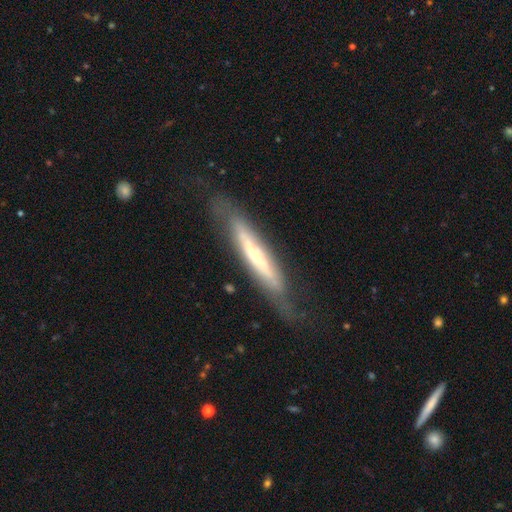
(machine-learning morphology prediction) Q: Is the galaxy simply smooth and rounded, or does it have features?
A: featured or disk — 64%.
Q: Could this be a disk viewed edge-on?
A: yes — 70%.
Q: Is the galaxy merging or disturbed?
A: none — 64%.